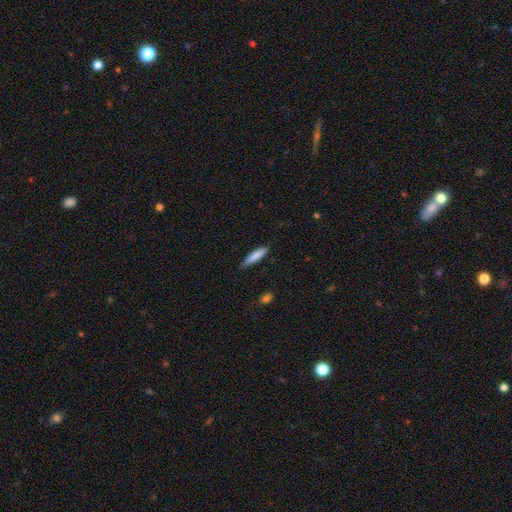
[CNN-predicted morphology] Smooth or featured: smooth — 83% (featured or disk — 12%)
How rounded: cigar-shaped — 81% (in between — 17%)
Merging: none — 79% (minor disturbance — 17%)